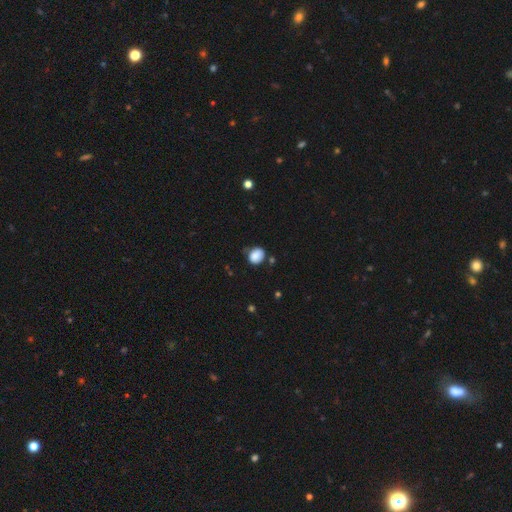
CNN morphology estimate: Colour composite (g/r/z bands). It shows a smooth galaxy with no disk features (85%) that is round (56%). Merging: none (65%).